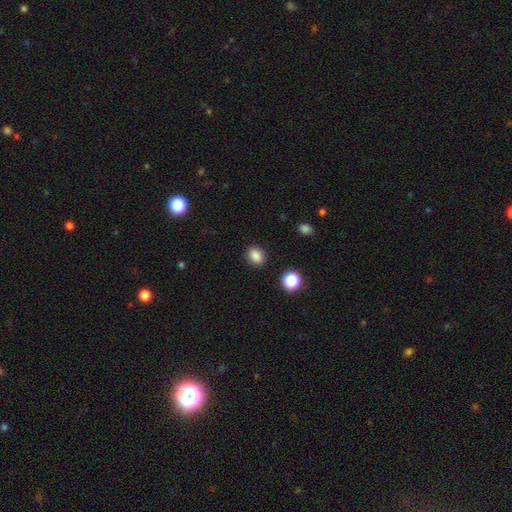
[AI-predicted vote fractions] smooth-or-featured: smooth: 85% | star or artifact: 11% | featured or disk: 4%
  how-rounded: round: 54% | in between: 45% | cigar-shaped: 1%
  merging: none: 88% | minor disturbance: 8% | major disturbance: 3% | merger: 2%